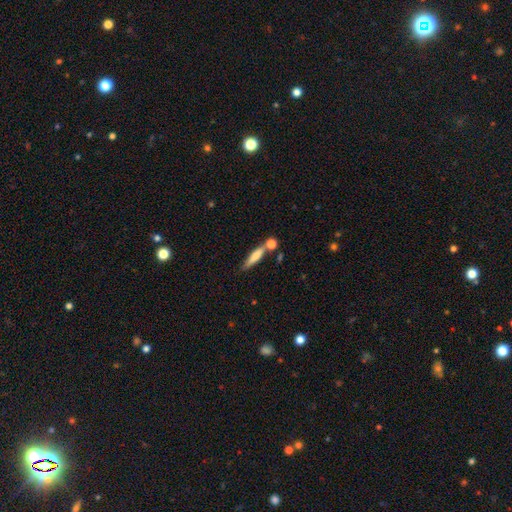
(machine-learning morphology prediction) Smooth or featured? Predicted: smooth (p=0.70). How rounded? Predicted: cigar-shaped (p=0.80). Merging? Predicted: none (p=0.59).